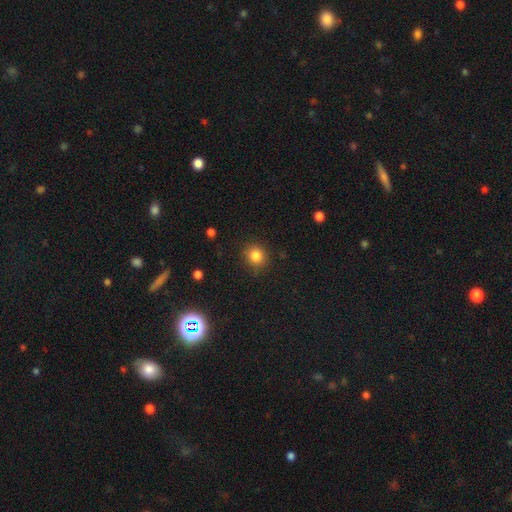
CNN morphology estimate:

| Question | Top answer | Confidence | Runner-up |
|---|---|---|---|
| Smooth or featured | smooth | 84% | star or artifact (12%) |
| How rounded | round | 83% | in between (16%) |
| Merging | none | 87% | minor disturbance (9%) |